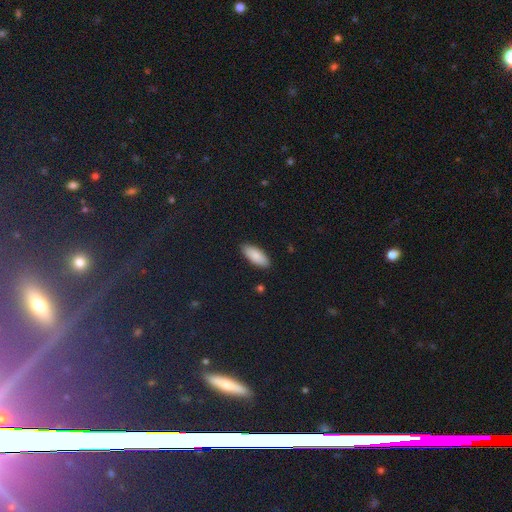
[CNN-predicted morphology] A smooth galaxy with no disk features (86%) that is in between round and cigar-shaped (81%).

Vote fractions:
- Smooth or featured? smooth: 86% / featured or disk: 8% / star or artifact: 7%
- How rounded? in between: 81% / cigar-shaped: 17% / round: 2%
- Merging? none: 89% / minor disturbance: 8% / major disturbance: 2% / merger: 1%